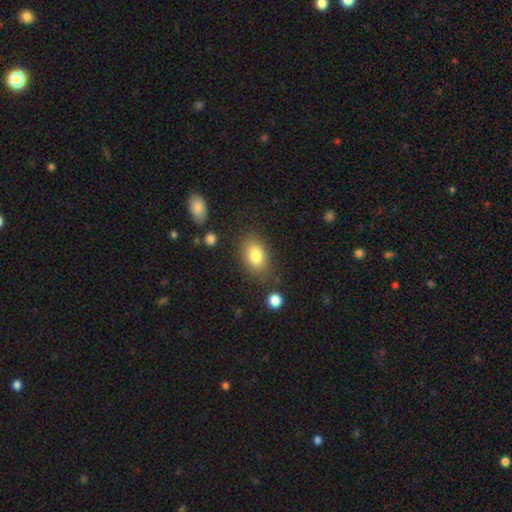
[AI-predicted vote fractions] Smooth or featured? Predicted: smooth (p=0.81). How rounded? Predicted: in between (p=0.82). Merging? Predicted: none (p=0.76).